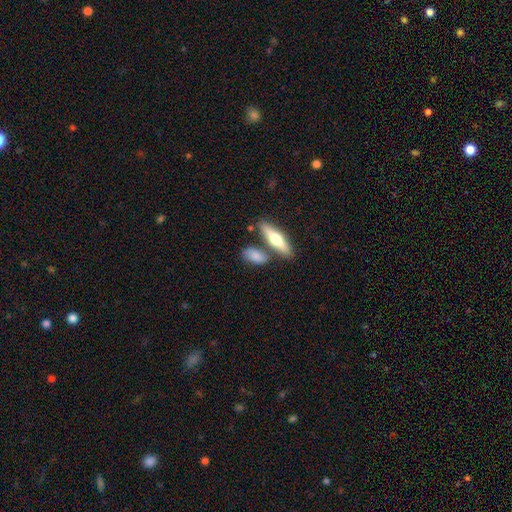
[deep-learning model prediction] Morphology: type=smooth (72%); roundness=in between (68%); merging=none (62%).